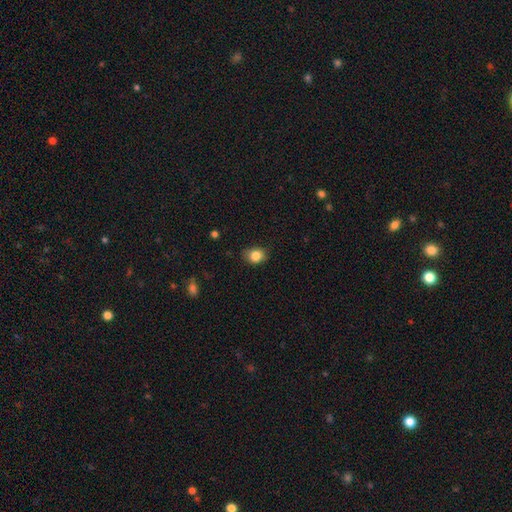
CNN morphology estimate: Overall: smooth (84%). How rounded: round (56%; in between 43%). Merging: none (74%).